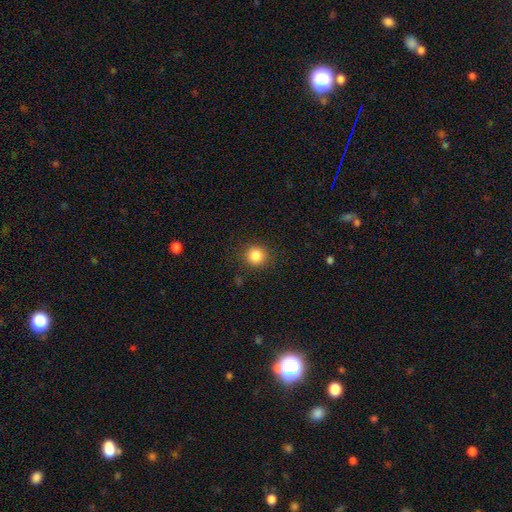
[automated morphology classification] Q: Smooth or featured?
A: smooth (85%); runner-up: star or artifact (11%)
Q: How rounded?
A: round (90%); runner-up: in between (9%)
Q: Merging?
A: none (87%); runner-up: minor disturbance (8%)